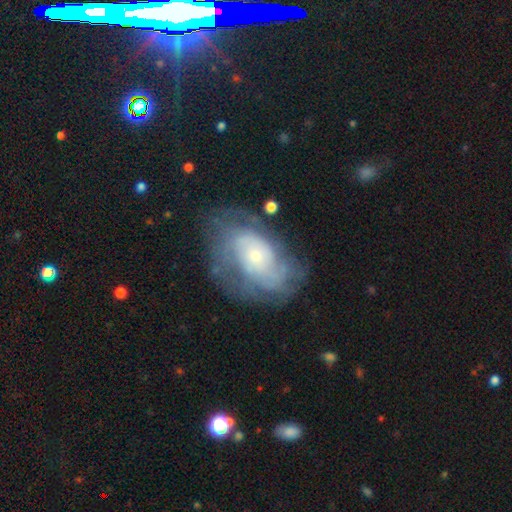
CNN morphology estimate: Smooth or featured? Predicted: featured or disk (p=0.75). Edge-on disk? Predicted: no (p=0.96). Bar? Predicted: no (p=0.78). Spiral arms? Predicted: yes (p=0.86). Spiral winding? Predicted: tight (p=0.59). Spiral arm count? Predicted: can't tell (p=0.49). Bulge size? Predicted: small (p=0.68). Merging? Predicted: none (p=0.65).